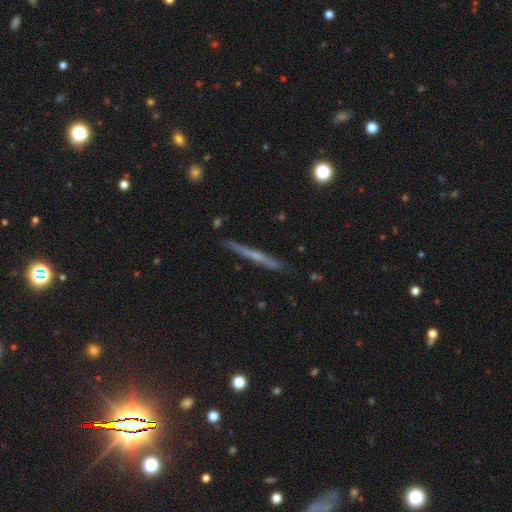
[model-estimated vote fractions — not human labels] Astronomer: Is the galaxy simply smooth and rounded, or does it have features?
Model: featured or disk — 64%.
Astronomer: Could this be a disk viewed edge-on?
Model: yes — 97%.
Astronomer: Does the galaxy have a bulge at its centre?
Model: none — 53% (runner-up: rounded, 41%).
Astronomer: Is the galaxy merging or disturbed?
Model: none — 88%.